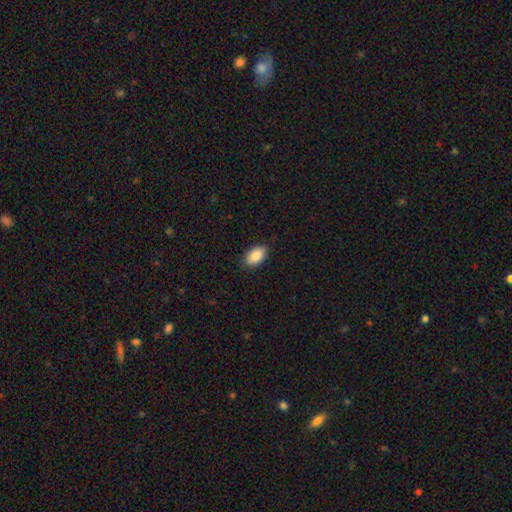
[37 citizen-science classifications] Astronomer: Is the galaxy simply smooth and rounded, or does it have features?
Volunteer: smooth — 89%.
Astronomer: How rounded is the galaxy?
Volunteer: in between — 97%.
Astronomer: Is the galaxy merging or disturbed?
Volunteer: none — 80%.